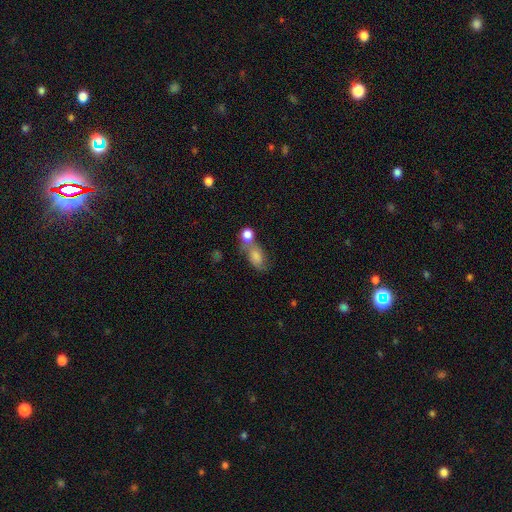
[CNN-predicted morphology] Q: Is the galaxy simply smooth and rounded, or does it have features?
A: smooth — 75%.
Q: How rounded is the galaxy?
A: in between — 80%.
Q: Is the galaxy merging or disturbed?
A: merger — 43%.